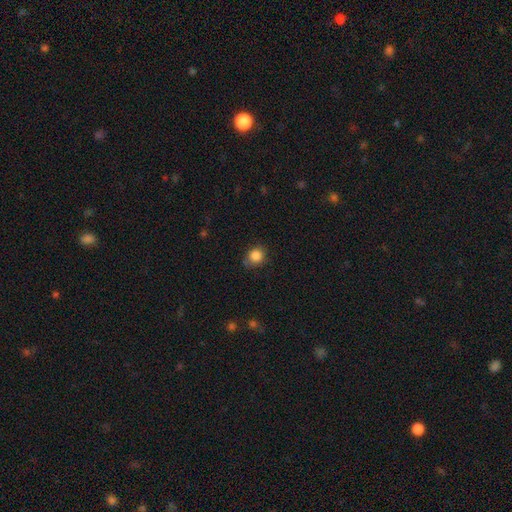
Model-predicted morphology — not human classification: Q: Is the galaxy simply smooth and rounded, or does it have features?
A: smooth — 86%.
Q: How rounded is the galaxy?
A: round — 77%.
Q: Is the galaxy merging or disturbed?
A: none — 74%.